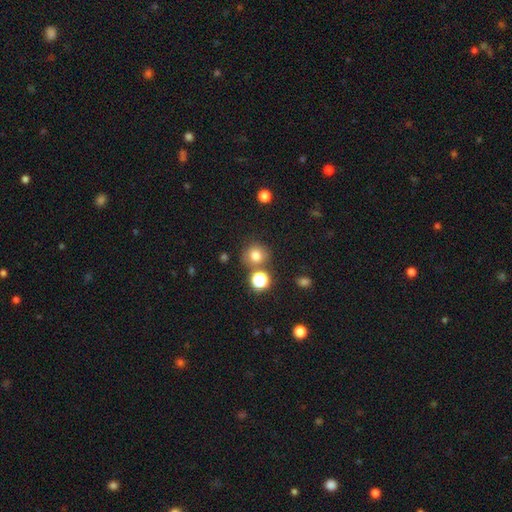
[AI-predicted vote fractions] smooth 75%, star or artifact 17%, featured or disk 8%. Down the decision tree: how rounded — round (86%); merging — none (73%).